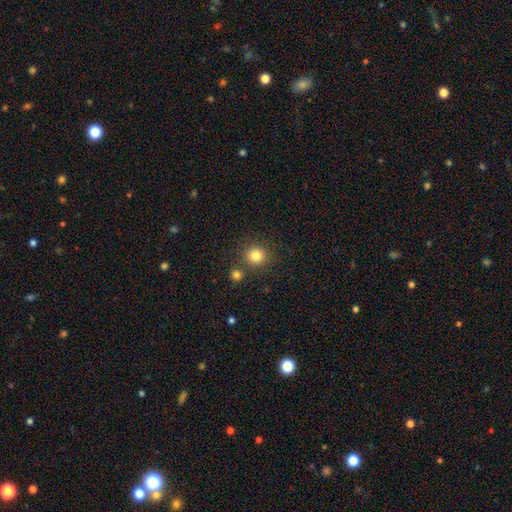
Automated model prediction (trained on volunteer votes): smooth 82%, star or artifact 13%, featured or disk 5%. Down the decision tree: how rounded — round (91%); merging — none (82%).